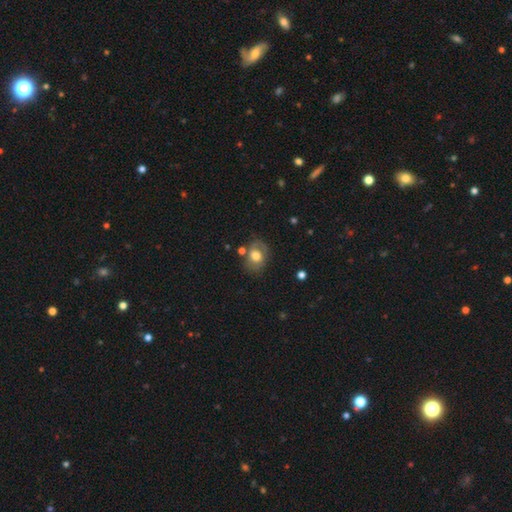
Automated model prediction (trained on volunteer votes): smooth 57%, featured or disk 34%, star or artifact 9%. Down the decision tree: how rounded — in between (53%); merging — none (64%).